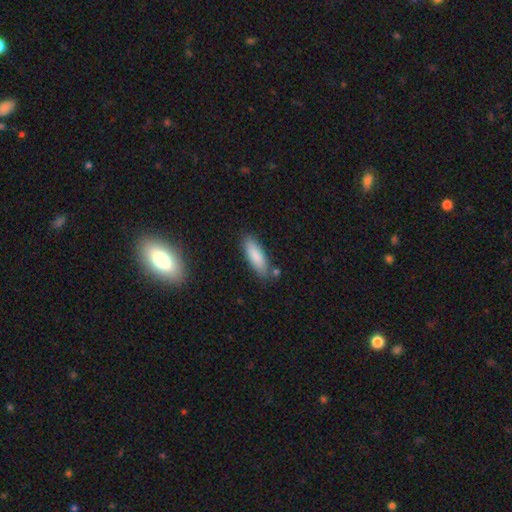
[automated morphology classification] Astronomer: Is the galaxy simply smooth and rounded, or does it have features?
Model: smooth — 85%.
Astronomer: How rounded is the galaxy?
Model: in between — 56% (runner-up: cigar-shaped, 42%).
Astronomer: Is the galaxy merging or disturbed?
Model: none — 80%.